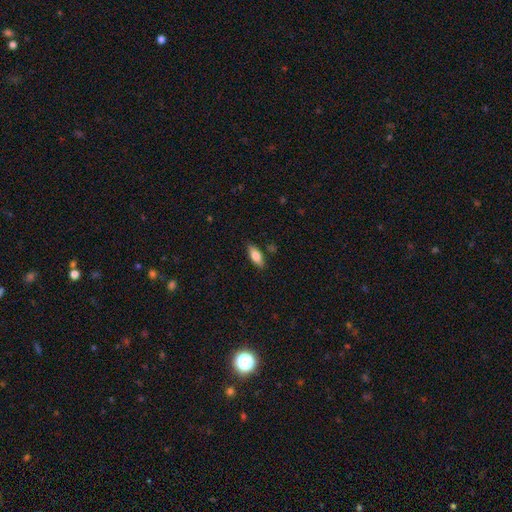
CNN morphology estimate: smooth 79%, featured or disk 15%, star or artifact 7%. Down the decision tree: how rounded — in between (78%); merging — none (84%).